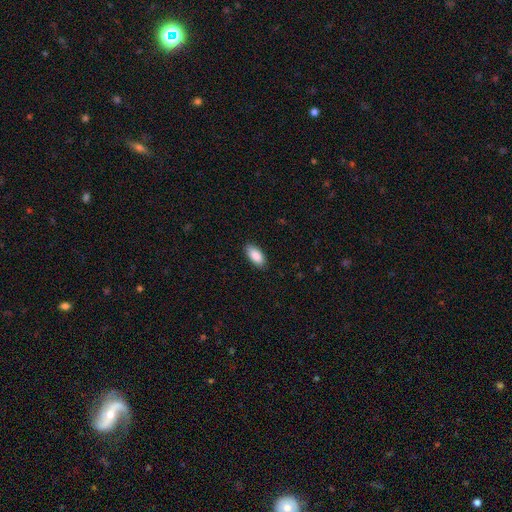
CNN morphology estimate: smooth-or-featured: smooth: 89% | star or artifact: 6% | featured or disk: 5%
  how-rounded: in between: 92% | cigar-shaped: 6% | round: 2%
  merging: none: 87% | minor disturbance: 10% | major disturbance: 2% | merger: 1%